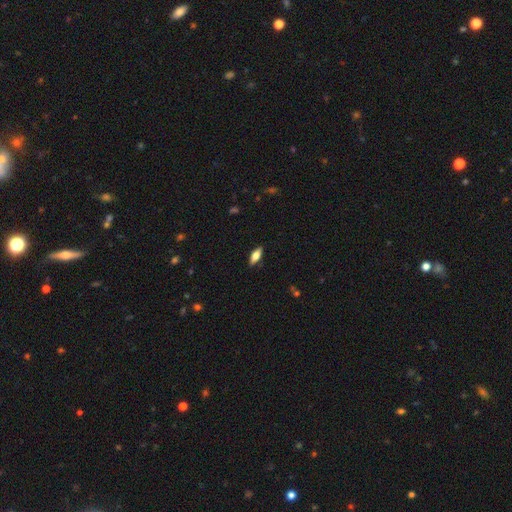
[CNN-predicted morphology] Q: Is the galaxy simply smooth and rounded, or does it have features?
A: smooth — 65%.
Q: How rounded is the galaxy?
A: in between — 73%.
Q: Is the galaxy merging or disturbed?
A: none — 87%.